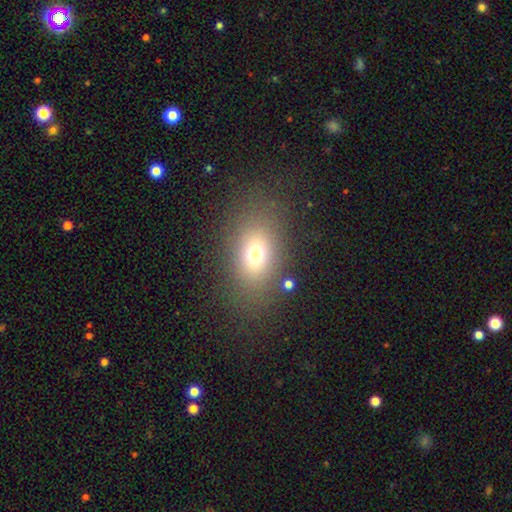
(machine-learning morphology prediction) type=smooth (69%); roundness=in between (78%); merging=none (84%).